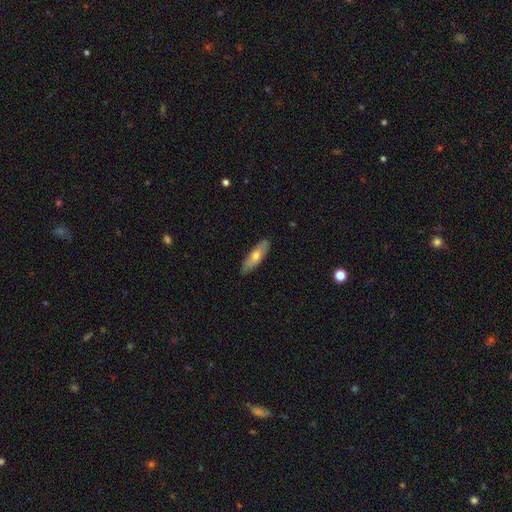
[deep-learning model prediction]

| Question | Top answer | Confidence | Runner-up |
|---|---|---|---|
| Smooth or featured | smooth | 61% | featured or disk (33%) |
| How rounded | in between | 53% | cigar-shaped (45%) |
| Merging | none | 87% | minor disturbance (10%) |